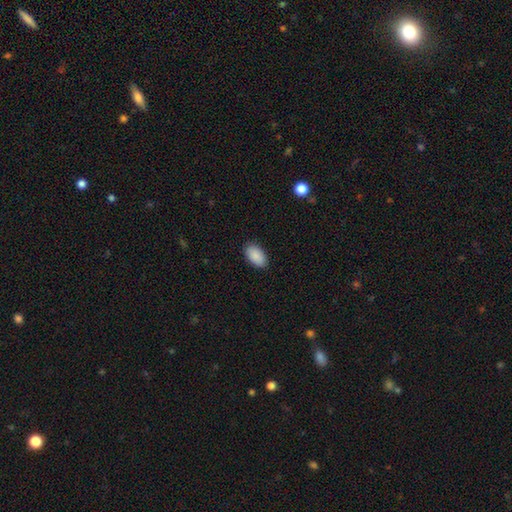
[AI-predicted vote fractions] Q: Smooth or featured?
A: smooth (91%); runner-up: star or artifact (6%)
Q: How rounded?
A: in between (95%); runner-up: round (4%)
Q: Merging?
A: none (88%); runner-up: minor disturbance (9%)